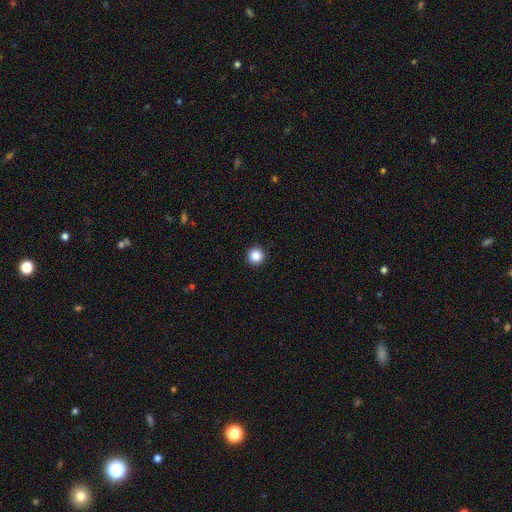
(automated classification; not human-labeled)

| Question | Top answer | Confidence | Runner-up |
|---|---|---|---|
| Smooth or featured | smooth | 87% | star or artifact (10%) |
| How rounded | round | 96% | in between (3%) |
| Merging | none | 94% | minor disturbance (4%) |